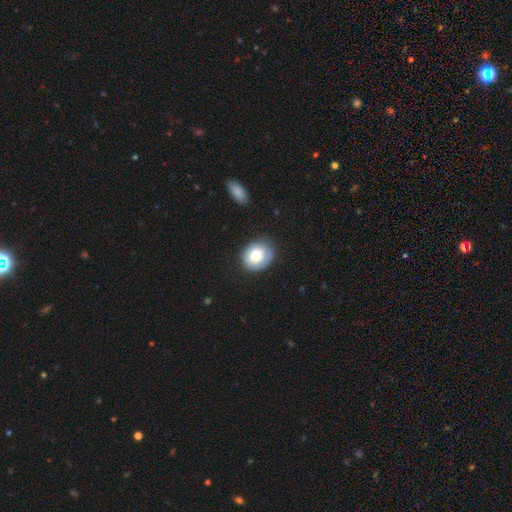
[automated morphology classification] Smooth or featured?
  - smooth: 76% *
  - featured or disk: 17%
  - star or artifact: 8%
How rounded?
  - round: 65% *
  - in between: 34%
  - cigar-shaped: 1%
Merging?
  - none: 73% *
  - minor disturbance: 20%
  - major disturbance: 5%
  - merger: 2%